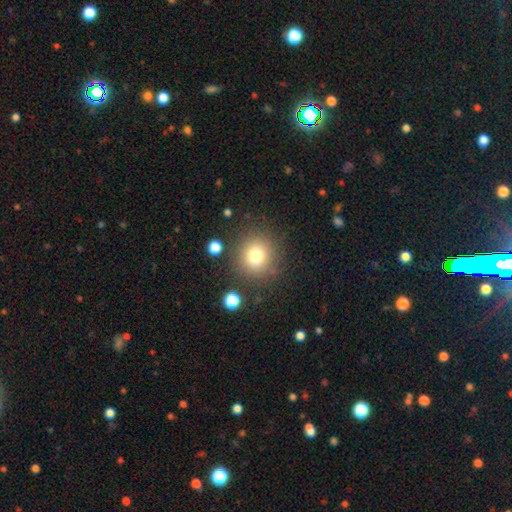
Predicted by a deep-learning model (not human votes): Morphology: type=smooth (76%); roundness=round (91%); merging=none (84%).